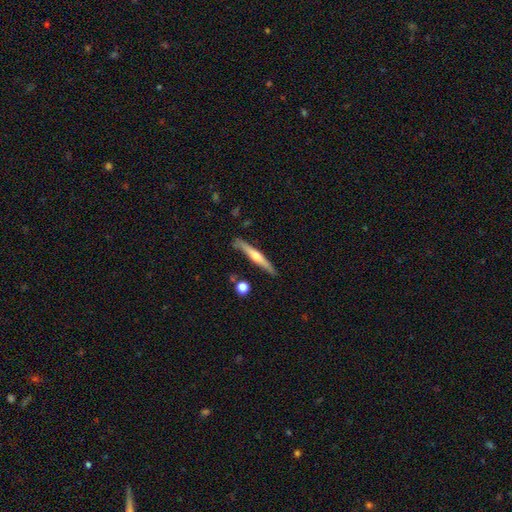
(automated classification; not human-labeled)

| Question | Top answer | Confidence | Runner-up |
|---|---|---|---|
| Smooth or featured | featured or disk | 62% | smooth (33%) |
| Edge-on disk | yes | 96% | no (4%) |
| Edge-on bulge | rounded | 85% | none (10%) |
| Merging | none | 84% | minor disturbance (11%) |